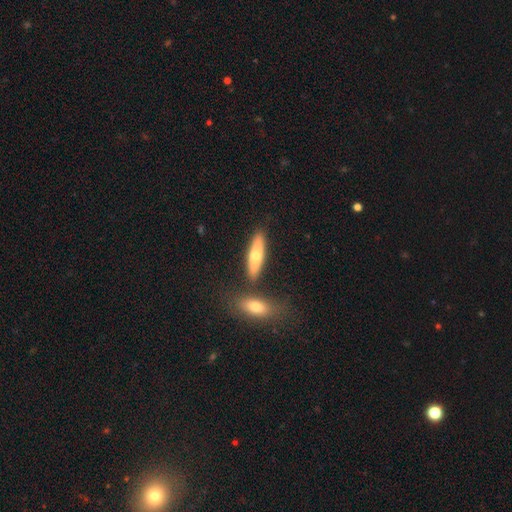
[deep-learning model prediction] Smooth or featured: smooth — 61% (featured or disk — 33%)
How rounded: cigar-shaped — 63% (in between — 35%)
Merging: none — 74% (merger — 13%)